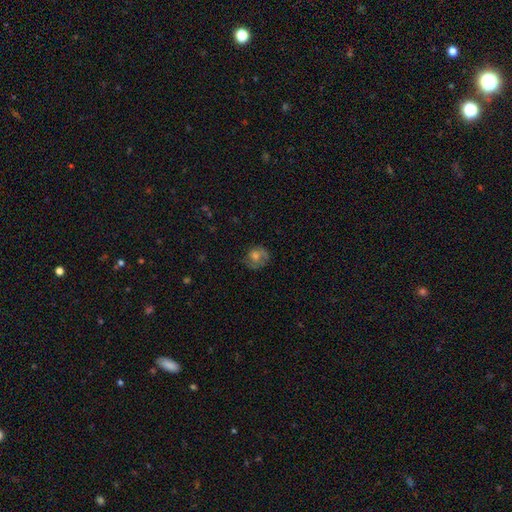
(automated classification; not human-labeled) Smooth or featured? Predicted: smooth (p=0.57). How rounded? Predicted: round (p=0.74). Merging? Predicted: none (p=0.63).